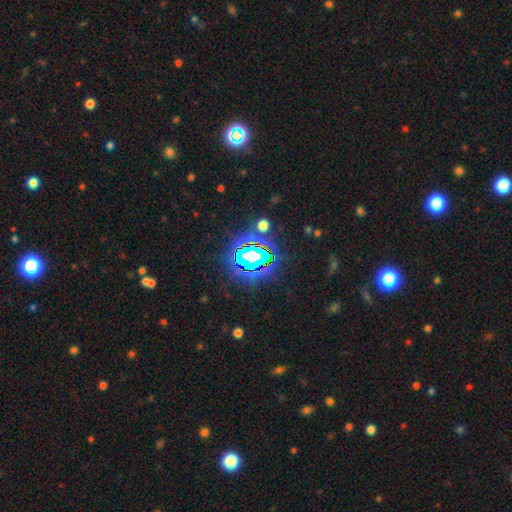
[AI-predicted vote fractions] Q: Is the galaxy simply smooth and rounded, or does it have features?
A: star or artifact — 75%.